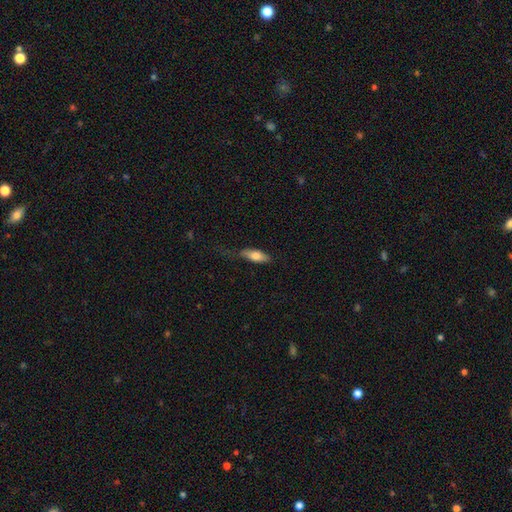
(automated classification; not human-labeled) Smooth or featured? Predicted: smooth (p=0.71). How rounded? Predicted: in between (p=0.65). Merging? Predicted: none (p=0.64).